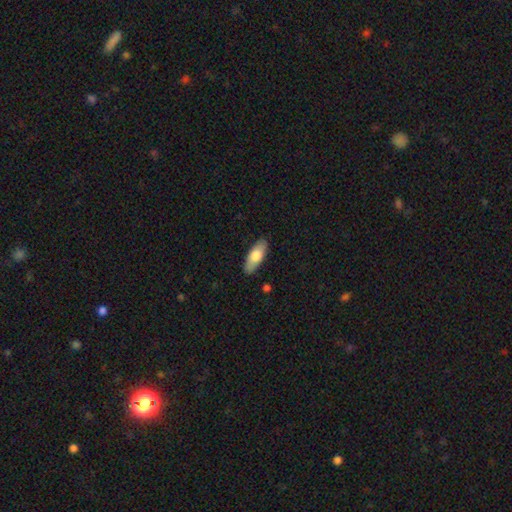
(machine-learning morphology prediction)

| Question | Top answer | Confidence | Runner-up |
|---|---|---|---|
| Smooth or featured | smooth | 72% | featured or disk (23%) |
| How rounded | in between | 76% | cigar-shaped (22%) |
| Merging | none | 86% | minor disturbance (10%) |